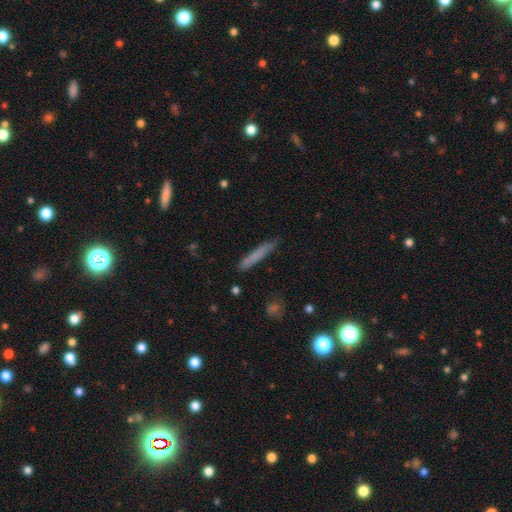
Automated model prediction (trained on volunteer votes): The model was most divided on "smooth or featured": smooth: 74%, featured or disk: 19%, star or artifact: 7%. More confident: how rounded — cigar-shaped (95%); merging — none (85%).